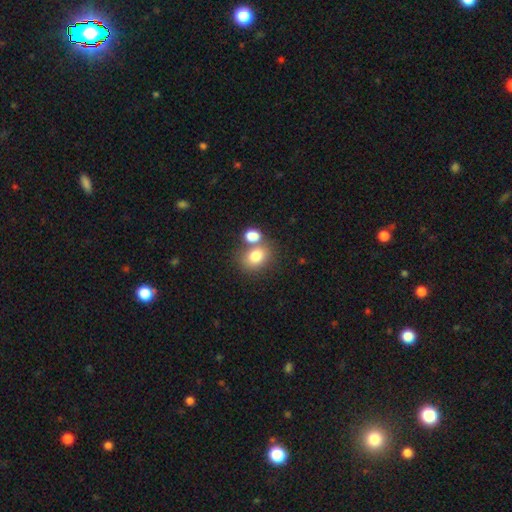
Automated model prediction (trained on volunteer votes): smooth-or-featured: smooth: 79% | featured or disk: 10% | star or artifact: 10%
  how-rounded: in between: 51% | round: 48% | cigar-shaped: 1%
  merging: none: 48% | merger: 38% | minor disturbance: 10% | major disturbance: 4%